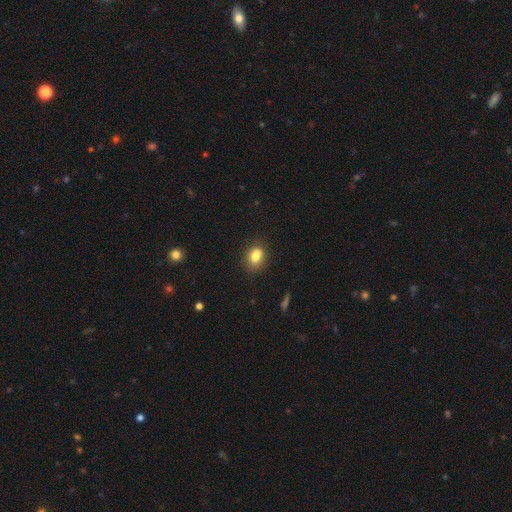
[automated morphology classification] smooth_or_featured: smooth (p=0.82) [alt: star or artifact p=0.10]
how_rounded: in between (p=0.64) [alt: round p=0.34]
merging: none (p=0.73) [alt: minor disturbance p=0.19]